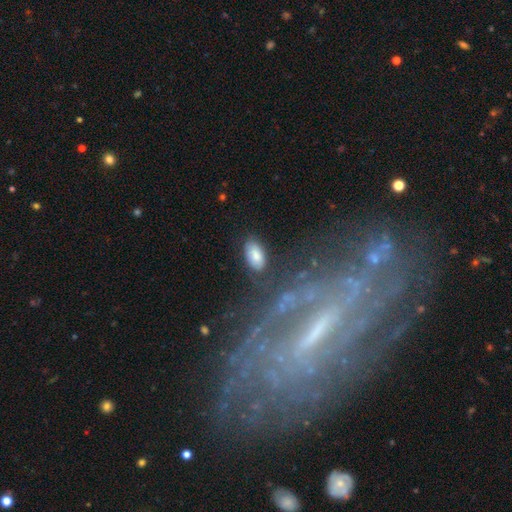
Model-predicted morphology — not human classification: Smooth or featured? smooth (81%)
How rounded? in between (93%)
Merging? none (78%)